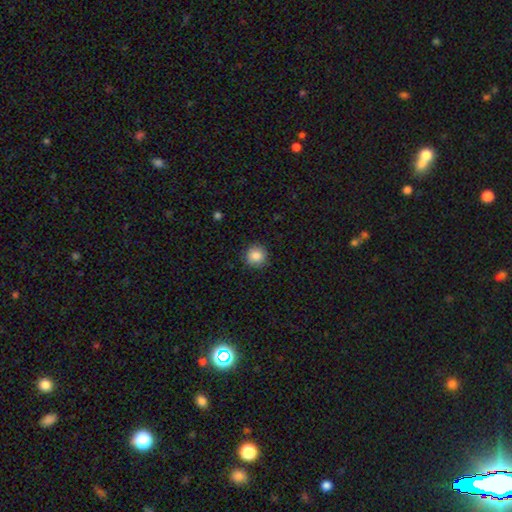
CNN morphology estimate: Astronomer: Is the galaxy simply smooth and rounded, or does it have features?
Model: smooth — 87%.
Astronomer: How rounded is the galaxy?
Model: round — 93%.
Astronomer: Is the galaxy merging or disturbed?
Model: none — 90%.